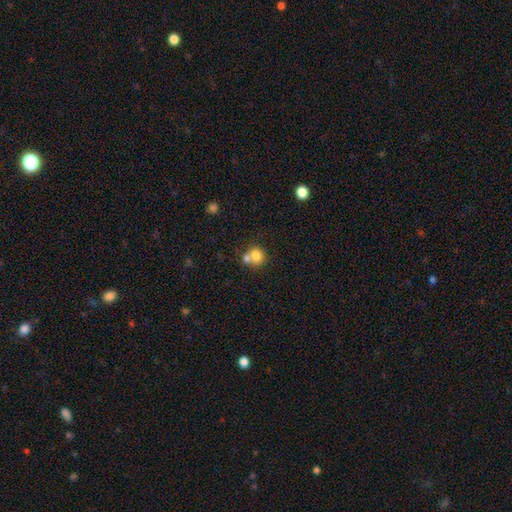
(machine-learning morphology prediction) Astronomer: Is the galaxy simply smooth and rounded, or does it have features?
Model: smooth — 79%.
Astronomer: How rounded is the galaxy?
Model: round — 79%.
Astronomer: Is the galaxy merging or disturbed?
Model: merger — 48% (runner-up: none, 41%).